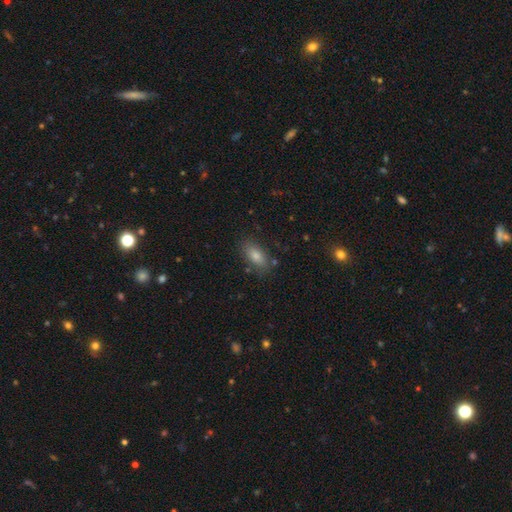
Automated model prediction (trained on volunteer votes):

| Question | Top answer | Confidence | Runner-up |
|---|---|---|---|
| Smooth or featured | smooth | 75% | star or artifact (13%) |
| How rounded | in between | 85% | cigar-shaped (9%) |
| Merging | none | 84% | minor disturbance (11%) |